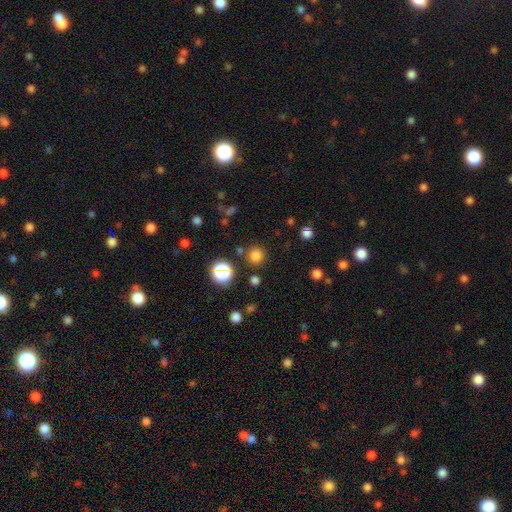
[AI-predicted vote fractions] Overall: smooth (76%). How rounded: round (94%). Merging: none (85%).